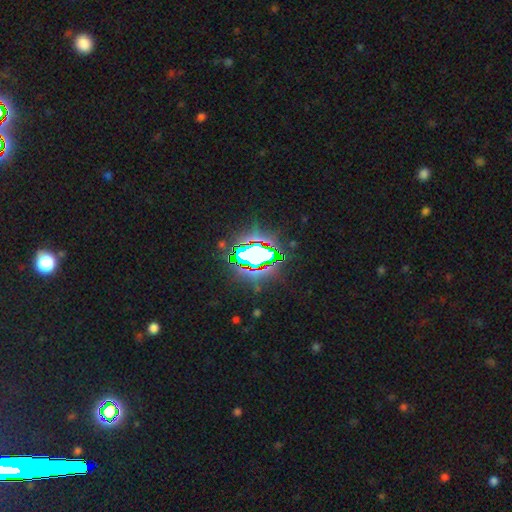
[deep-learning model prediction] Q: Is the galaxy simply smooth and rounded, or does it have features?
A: star or artifact — 74%.